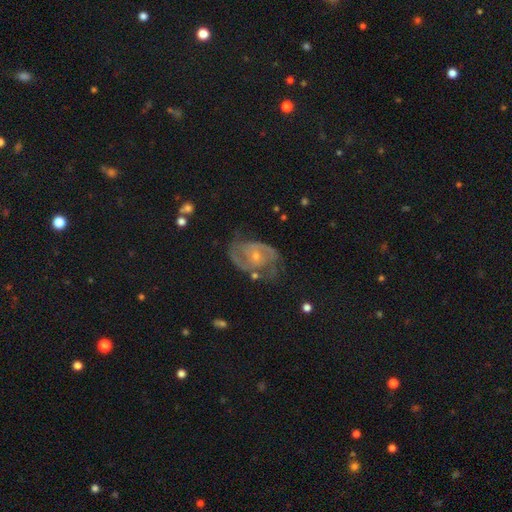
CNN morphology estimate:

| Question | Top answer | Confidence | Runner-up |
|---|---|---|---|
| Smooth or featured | featured or disk | 82% | smooth (10%) |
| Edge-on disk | no | 97% | yes (3%) |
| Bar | no | 59% | weak (34%) |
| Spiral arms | yes | 91% | no (9%) |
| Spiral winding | medium | 48% | tight (36%) |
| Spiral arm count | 2 | 71% | can't tell (14%) |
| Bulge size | small | 64% | moderate (31%) |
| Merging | none | 61% | minor disturbance (21%) |